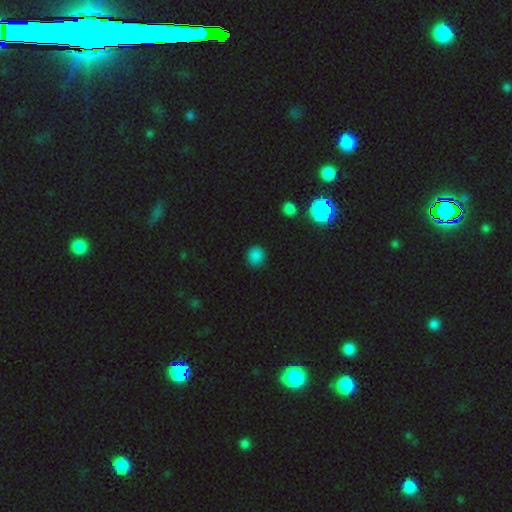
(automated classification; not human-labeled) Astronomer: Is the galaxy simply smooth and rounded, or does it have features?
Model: smooth — 84%.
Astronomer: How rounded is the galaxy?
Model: round — 84%.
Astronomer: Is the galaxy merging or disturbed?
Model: none — 89%.